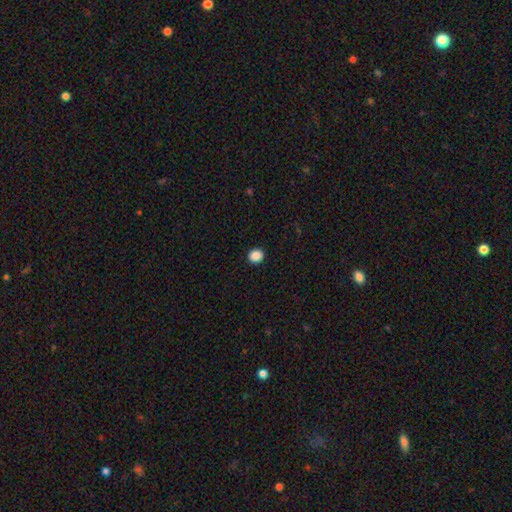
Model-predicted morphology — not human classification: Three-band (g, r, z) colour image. It shows a smooth galaxy with no disk features (88%) that is round (85%). Merging: none (93%).